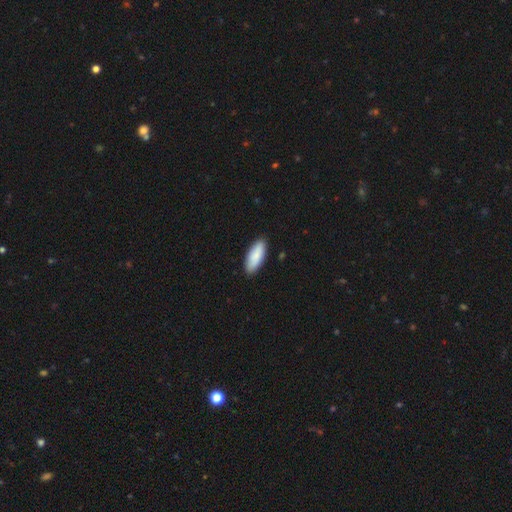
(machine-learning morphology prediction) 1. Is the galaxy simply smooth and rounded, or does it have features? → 87% smooth, 8% featured or disk, 5% star or artifact.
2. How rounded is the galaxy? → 75% in between, 23% cigar-shaped, 2% round.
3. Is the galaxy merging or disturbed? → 89% none, 8% minor disturbance, 2% major disturbance, 1% merger.